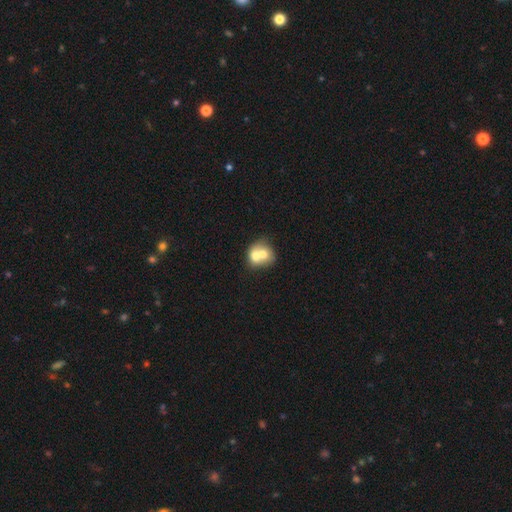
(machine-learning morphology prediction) smooth 64%, featured or disk 28%, star or artifact 8%. Down the decision tree: how rounded — round (68%); merging — merger (70%).